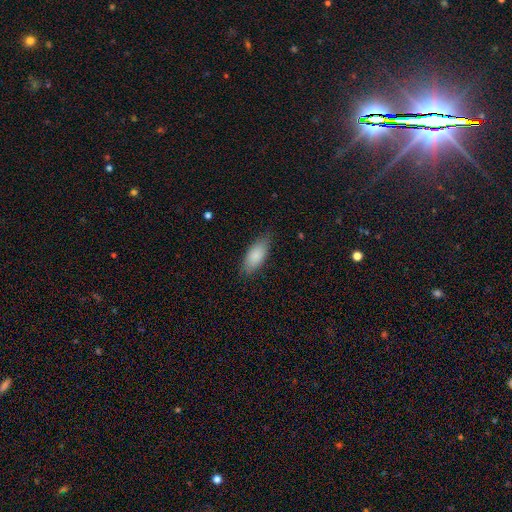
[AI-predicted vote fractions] Smooth or featured? Predicted: smooth (p=0.86). How rounded? Predicted: in between (p=0.83). Merging? Predicted: none (p=0.78).